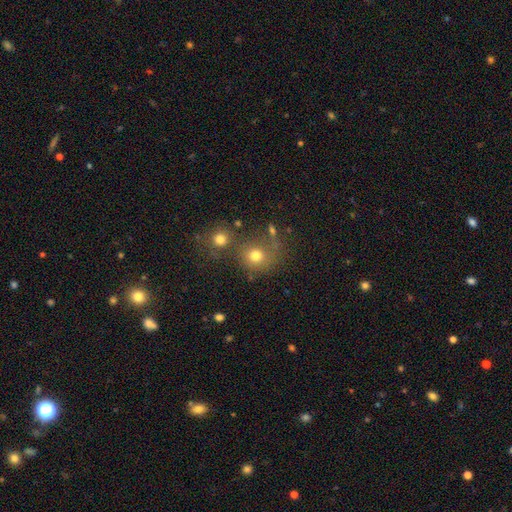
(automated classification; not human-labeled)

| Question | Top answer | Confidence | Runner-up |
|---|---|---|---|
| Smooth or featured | smooth | 74% | star or artifact (16%) |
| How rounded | round | 83% | in between (16%) |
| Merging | none | 56% | merger (25%) |